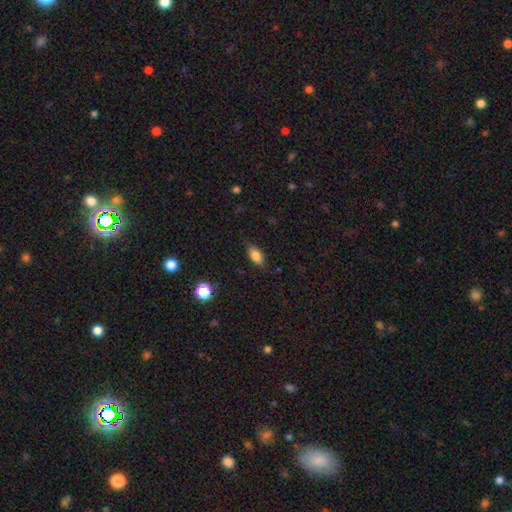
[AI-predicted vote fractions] Smooth or featured? Predicted: smooth (p=0.82). How rounded? Predicted: in between (p=0.86). Merging? Predicted: none (p=0.82).